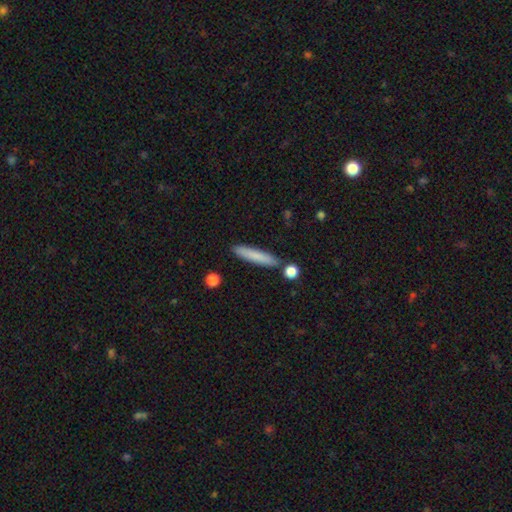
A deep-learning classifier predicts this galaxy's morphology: Smooth or featured?
  - smooth: 80% *
  - featured or disk: 14%
  - star or artifact: 6%
How rounded?
  - cigar-shaped: 91% *
  - in between: 8%
  - round: 1%
Merging?
  - none: 84% *
  - minor disturbance: 9%
  - merger: 4%
  - major disturbance: 2%